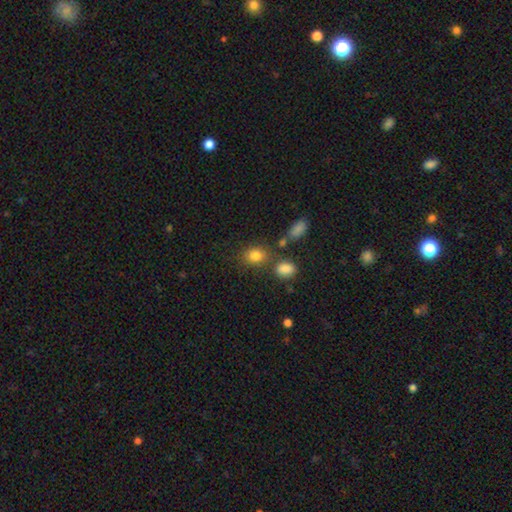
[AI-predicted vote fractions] Smooth or featured? smooth (81%)
How rounded? in between (54%)
Merging? none (69%)